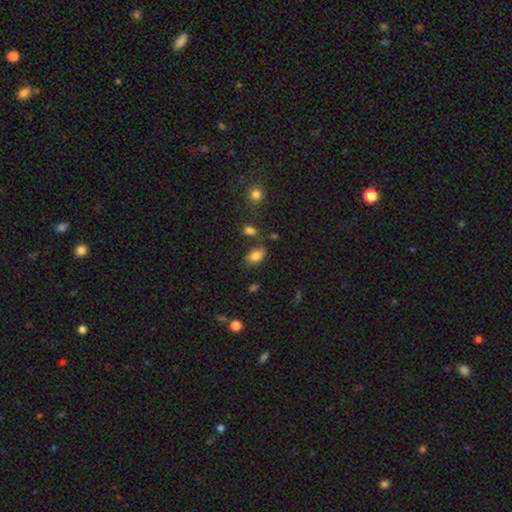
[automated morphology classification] A smooth galaxy with no disk features (82%) that is in between round and cigar-shaped (90%).

Vote fractions:
- Smooth or featured? smooth: 82% / featured or disk: 9% / star or artifact: 9%
- How rounded? in between: 90% / round: 7% / cigar-shaped: 3%
- Merging? none: 70% / minor disturbance: 16% / merger: 9% / major disturbance: 5%